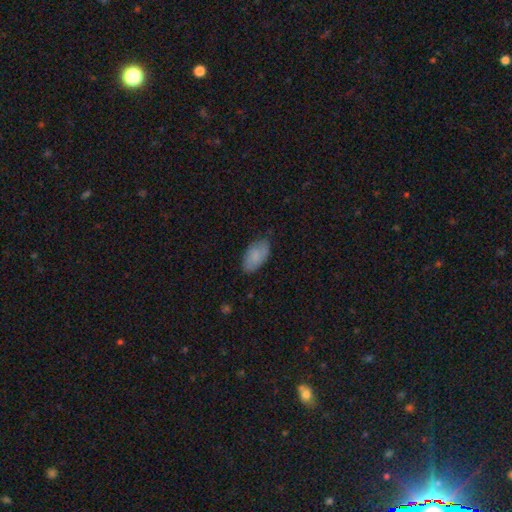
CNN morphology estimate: A smooth galaxy with no disk features (82%) that is in between round and cigar-shaped (95%).

Vote fractions:
- Smooth or featured? smooth: 82% / featured or disk: 12% / star or artifact: 6%
- How rounded? in between: 95% / round: 3% / cigar-shaped: 3%
- Merging? none: 74% / minor disturbance: 21% / major disturbance: 3% / merger: 1%